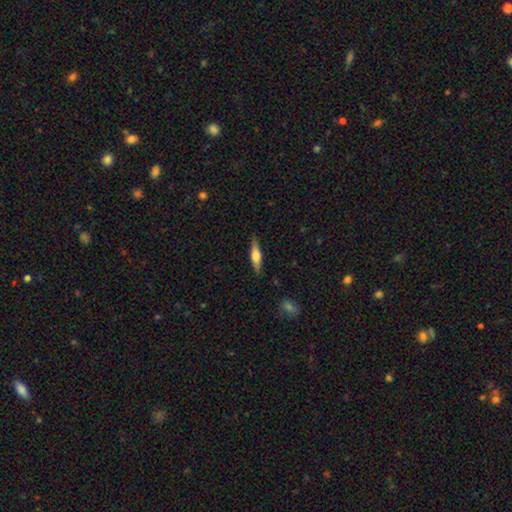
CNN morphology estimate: A featured or disk galaxy (53%) viewed edge-on (95%) with a rounded central bulge (82%).

Vote fractions:
- Smooth or featured? featured or disk: 53% / smooth: 41% / star or artifact: 6%
- Edge-on disk? yes: 95% / no: 5%
- Edge-on bulge? rounded: 82% / boxy: 15% / none: 3%
- Merging? none: 87% / minor disturbance: 10% / major disturbance: 2% / merger: 1%